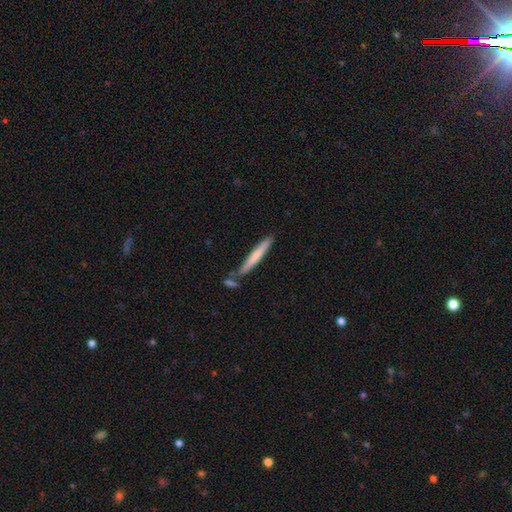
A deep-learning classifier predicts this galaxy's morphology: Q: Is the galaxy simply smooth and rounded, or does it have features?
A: smooth — 66%.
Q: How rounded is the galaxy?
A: cigar-shaped — 95%.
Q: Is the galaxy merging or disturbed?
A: none — 74%.